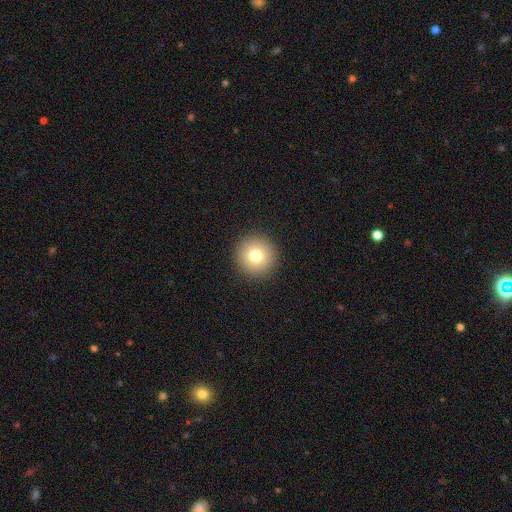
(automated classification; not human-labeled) Overall: smooth (76%). How rounded: round (96%). Merging: none (93%).